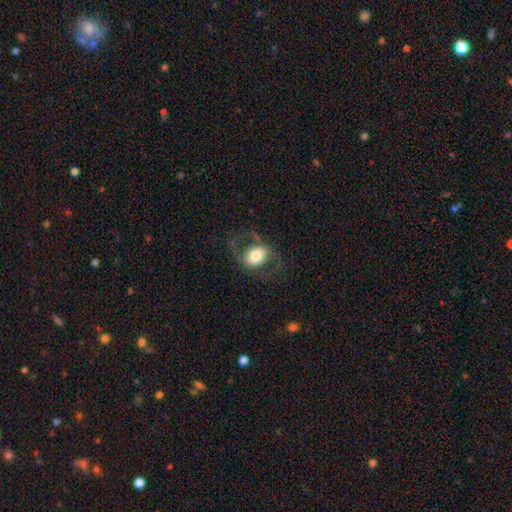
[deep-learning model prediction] smooth-or-featured: featured or disk: 47% | smooth: 45% | star or artifact: 7%
  merging: none: 62% | major disturbance: 19% | minor disturbance: 17% | merger: 2%